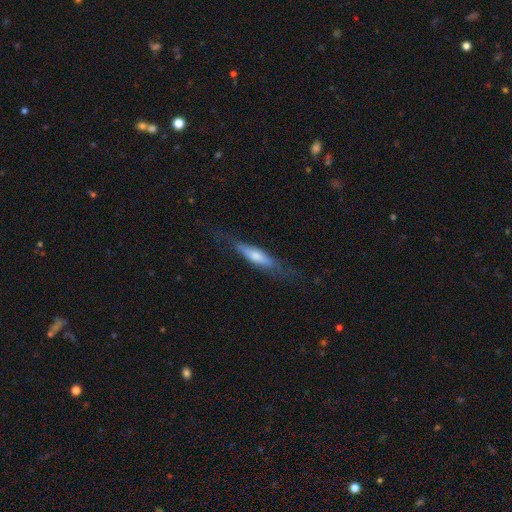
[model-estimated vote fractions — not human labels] Overall: smooth (49%; featured or disk 44%). Merging: none (69%).